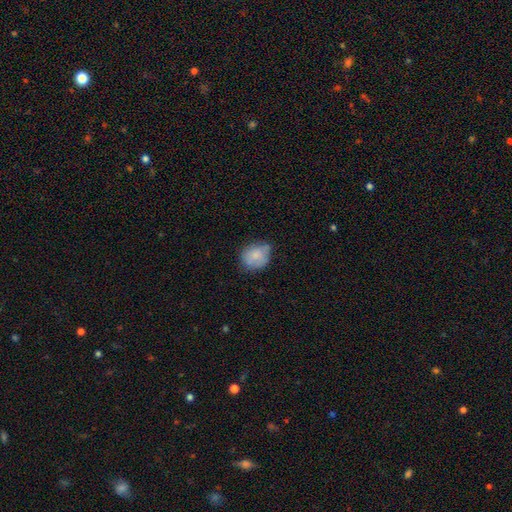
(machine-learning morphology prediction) smooth_or_featured: smooth (p=0.73) [alt: featured or disk p=0.19]
how_rounded: round (p=0.58) [alt: in between p=0.41]
merging: none (p=0.55) [alt: minor disturbance p=0.33]